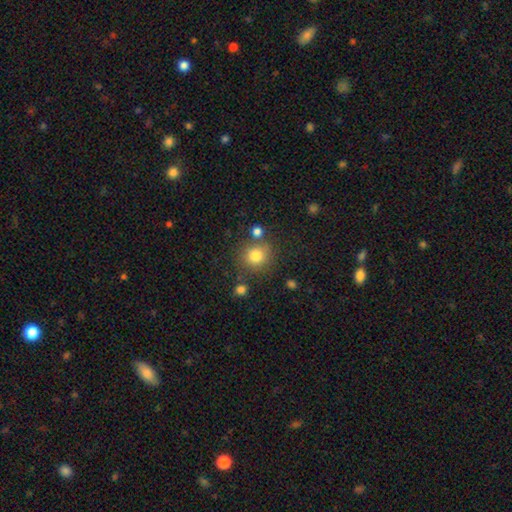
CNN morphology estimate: type=smooth (80%); roundness=round (88%); merging=none (75%).